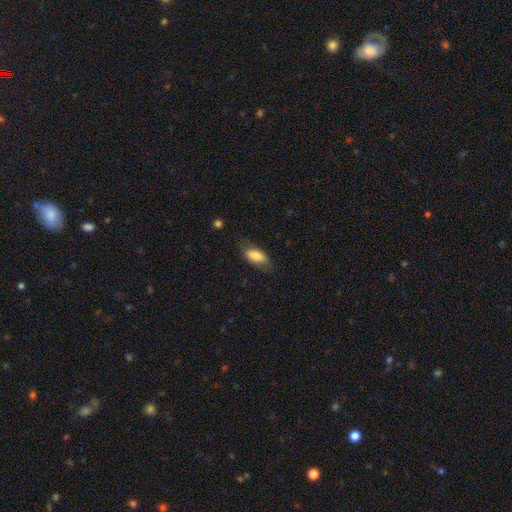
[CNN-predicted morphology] smooth-or-featured: smooth: 79% | featured or disk: 14% | star or artifact: 7%
  how-rounded: in between: 86% | cigar-shaped: 11% | round: 3%
  merging: none: 69% | minor disturbance: 22% | major disturbance: 8% | merger: 1%